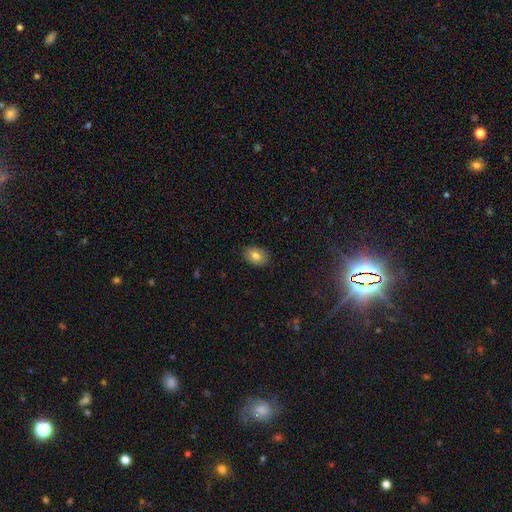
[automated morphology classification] This is likely a smooth galaxy (79%). How rounded: likely in between (74%). Merging: clearly none (88%).